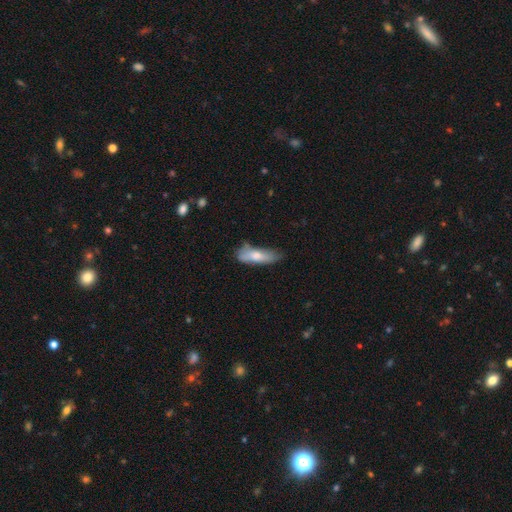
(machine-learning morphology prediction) A smooth galaxy with no disk features (72%) that is in between round and cigar-shaped (52%).

Vote fractions:
- Smooth or featured? smooth: 72% / featured or disk: 22% / star or artifact: 6%
- How rounded? in between: 52% / cigar-shaped: 46% / round: 2%
- Merging? none: 51% / minor disturbance: 33% / major disturbance: 11% / merger: 5%